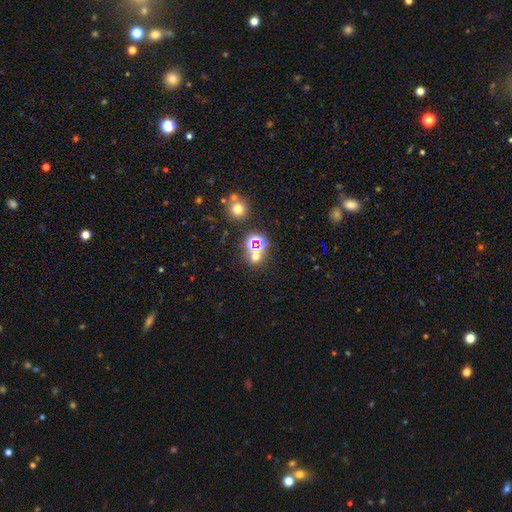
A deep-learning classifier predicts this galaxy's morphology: A star or artifact, not a galaxy (47%).